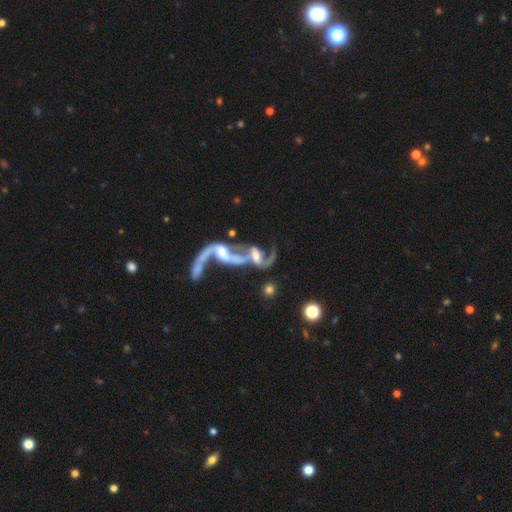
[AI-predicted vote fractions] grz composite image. It shows a featured or disk galaxy (77%) with no bar (45%), 2 (69%) loose (83%) spiral arms (76%) and a moderate central bulge (41%). Merging: merger (69%).